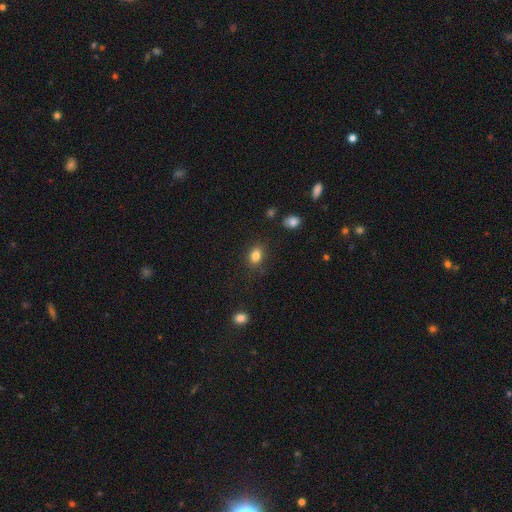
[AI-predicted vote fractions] Overall: smooth (82%). How rounded: in between (70%). Merging: none (82%).